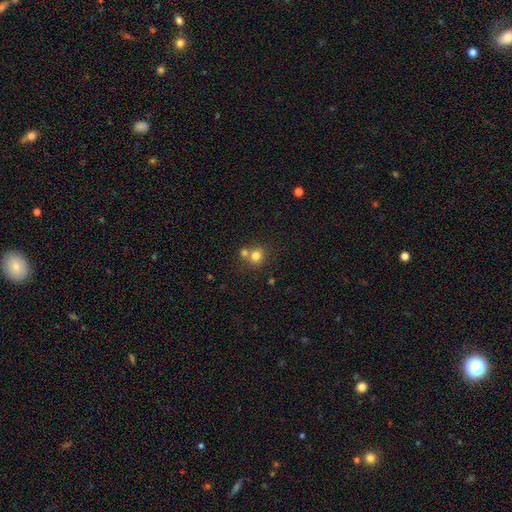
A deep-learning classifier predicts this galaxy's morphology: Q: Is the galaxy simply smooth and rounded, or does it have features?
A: smooth — 78%.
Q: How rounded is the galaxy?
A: round — 78%.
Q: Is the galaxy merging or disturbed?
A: none — 50%.